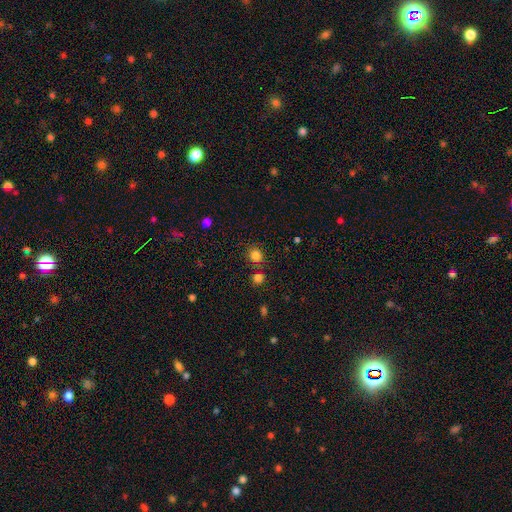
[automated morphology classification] Overall: smooth (82%). How rounded: round (83%). Merging: none (76%).